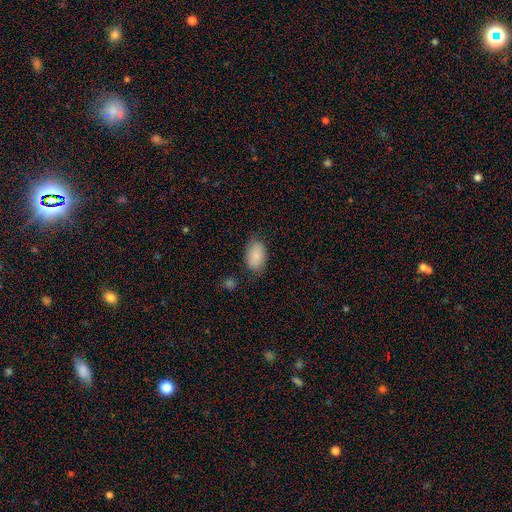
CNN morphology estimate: Q: Smooth or featured?
A: smooth (84%); runner-up: featured or disk (9%)
Q: How rounded?
A: in between (92%); runner-up: round (7%)
Q: Merging?
A: none (75%); runner-up: minor disturbance (18%)